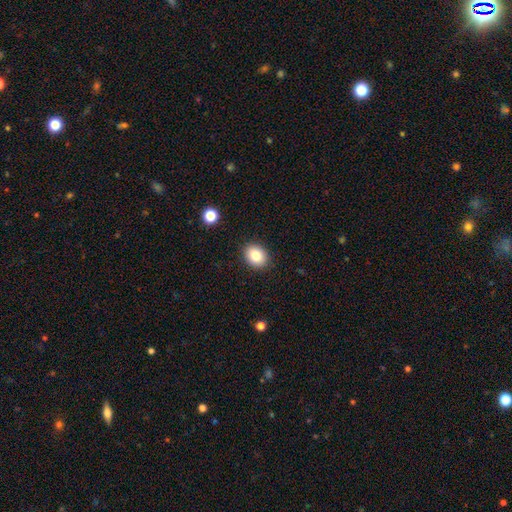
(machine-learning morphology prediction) Overall: smooth (83%). How rounded: in between (58%; round 41%). Merging: none (90%).